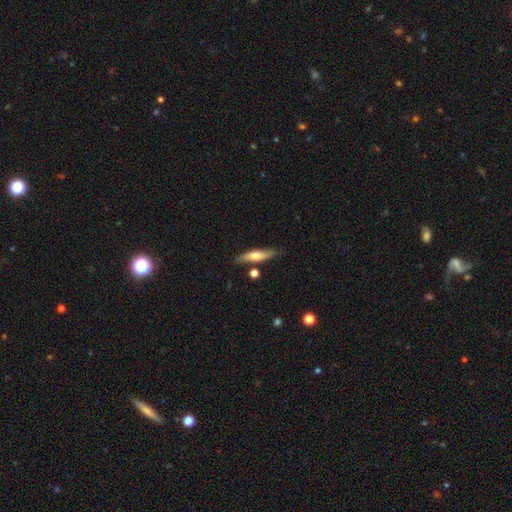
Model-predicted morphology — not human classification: smooth-or-featured: smooth: 53% | featured or disk: 41% | star or artifact: 6%
  how-rounded: cigar-shaped: 75% | in between: 23% | round: 2%
  merging: none: 80% | minor disturbance: 13% | merger: 5% | major disturbance: 3%